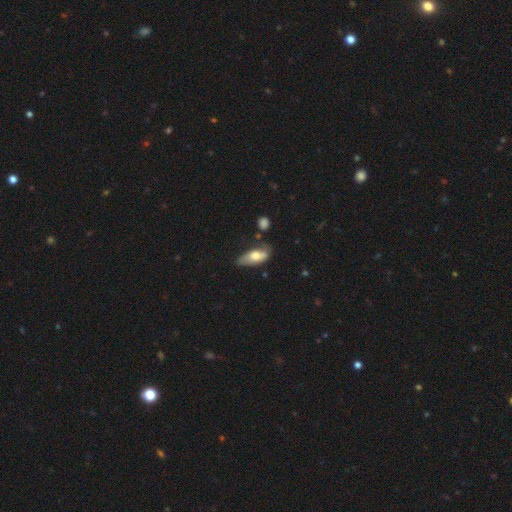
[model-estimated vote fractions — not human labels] Overall: smooth (64%; featured or disk 30%). How rounded: in between (80%). Merging: none (53%; minor disturbance 32%).